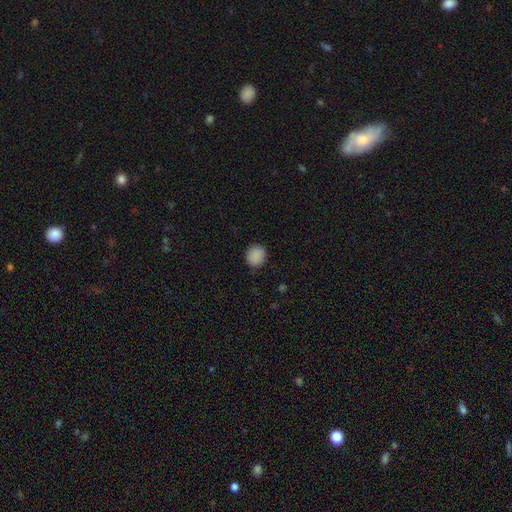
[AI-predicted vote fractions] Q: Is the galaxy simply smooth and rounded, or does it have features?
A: smooth — 89%.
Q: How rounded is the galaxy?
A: round — 81%.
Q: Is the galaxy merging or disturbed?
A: none — 88%.